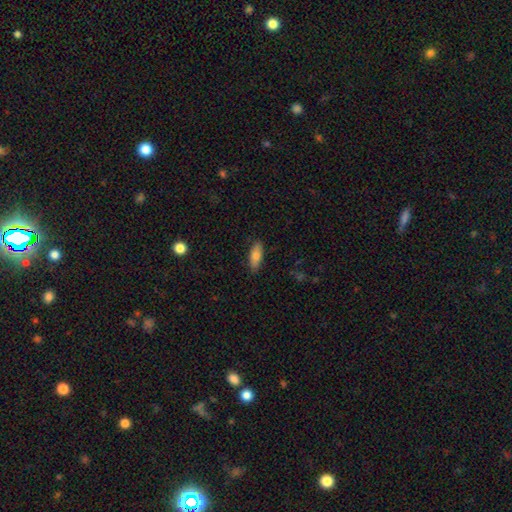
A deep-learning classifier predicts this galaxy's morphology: A smooth galaxy with no disk features (79%) that is in between round and cigar-shaped (68%).

Vote fractions:
- Smooth or featured? smooth: 79% / featured or disk: 14% / star or artifact: 7%
- How rounded? in between: 68% / cigar-shaped: 30% / round: 2%
- Merging? none: 87% / minor disturbance: 10% / major disturbance: 2% / merger: 1%